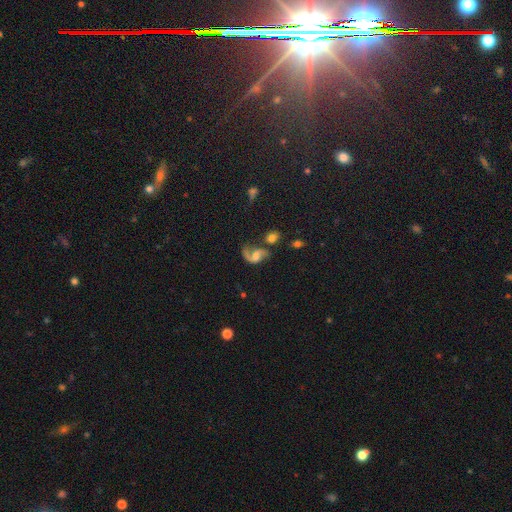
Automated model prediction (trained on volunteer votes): smooth-or-featured: featured or disk: 82% | smooth: 10% | star or artifact: 8%
  disk-edge-on: no: 98% | yes: 2%
    bar: no: 50% | weak: 41% | strong: 9%
    has-spiral-arms: yes: 95% | no: 5%
      spiral-winding: loose: 60% | medium: 33% | tight: 7%
      spiral-arm-count: 2: 83% | 1: 11% | can't tell: 2% | 3: 1% | 4: 1% | more than 4: 1%
    bulge-size: moderate: 46% | small: 28% | none: 13% | large: 11% | dominant: 2%
  merging: none: 51% | minor disturbance: 19% | major disturbance: 18% | merger: 12%